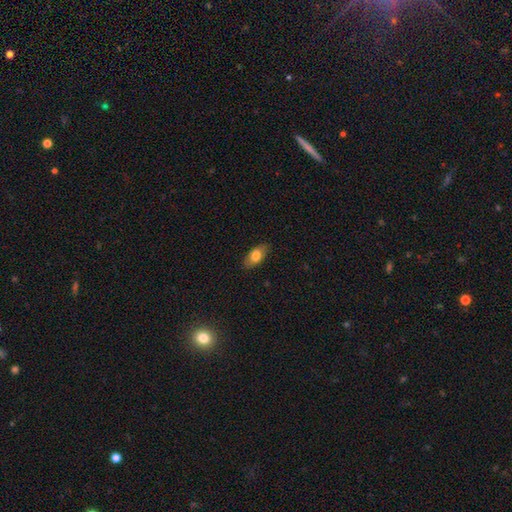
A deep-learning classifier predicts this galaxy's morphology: A smooth galaxy with no disk features (78%) that is in between round and cigar-shaped (88%). Merging: none (86%).